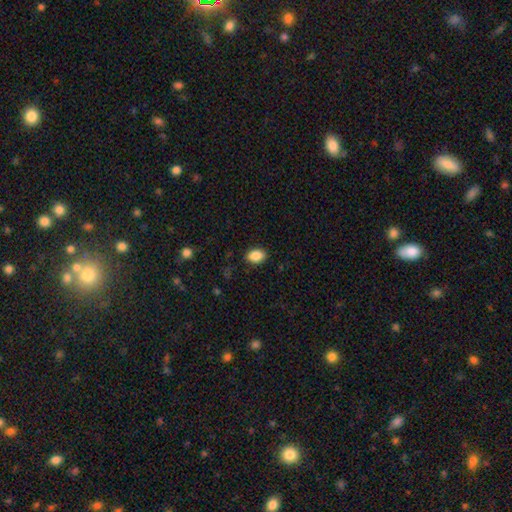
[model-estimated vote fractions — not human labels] Q: Smooth or featured?
A: smooth (87%); runner-up: star or artifact (8%)
Q: How rounded?
A: in between (84%); runner-up: round (15%)
Q: Merging?
A: none (87%); runner-up: minor disturbance (9%)